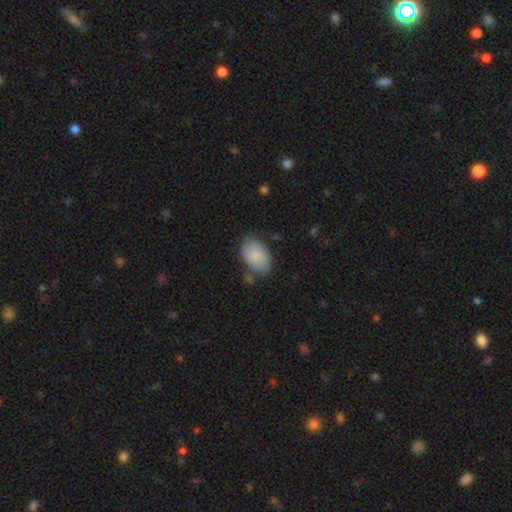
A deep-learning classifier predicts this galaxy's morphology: This appears to be a smooth galaxy with no disk features (81%) that is in between round and cigar-shaped (90%). Merging: none (65%).